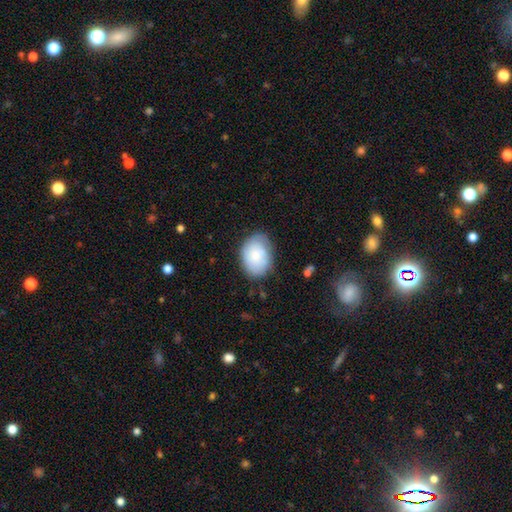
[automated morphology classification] Smooth or featured? Predicted: smooth (p=0.79). How rounded? Predicted: in between (p=0.77). Merging? Predicted: none (p=0.70).